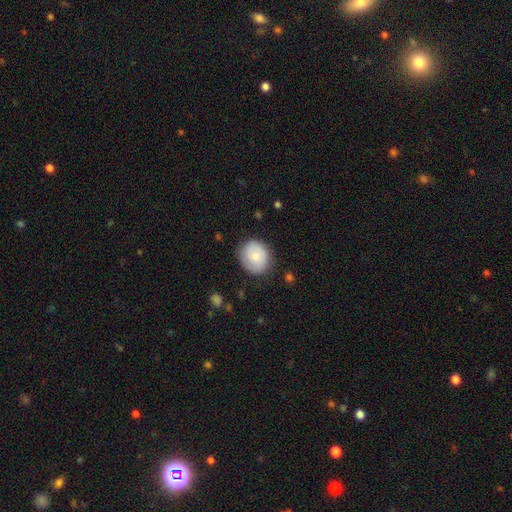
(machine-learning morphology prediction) Overall: smooth (79%). How rounded: round (71%). Merging: none (82%).